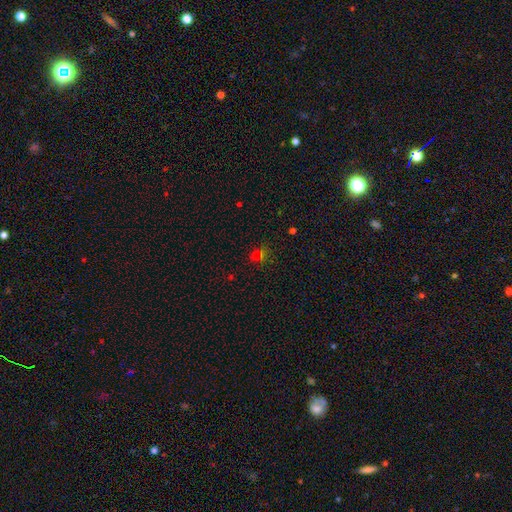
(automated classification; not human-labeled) Q: Smooth or featured?
A: smooth (52%); runner-up: star or artifact (40%)
Q: How rounded?
A: round (70%); runner-up: in between (28%)
Q: Merging?
A: none (63%); runner-up: merger (18%)